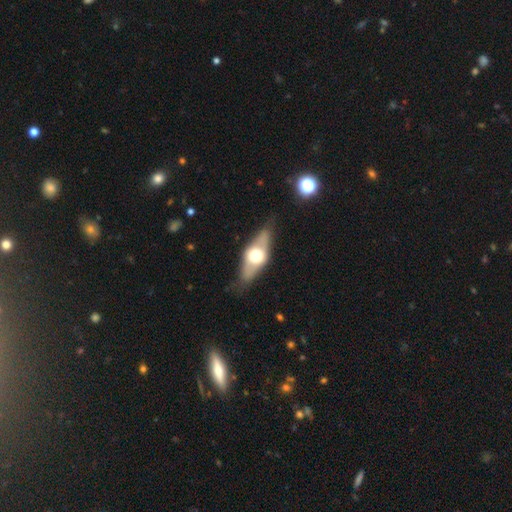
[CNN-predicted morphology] type=featured or disk (56%); edge-on=yes (74%); merging=none (75%).